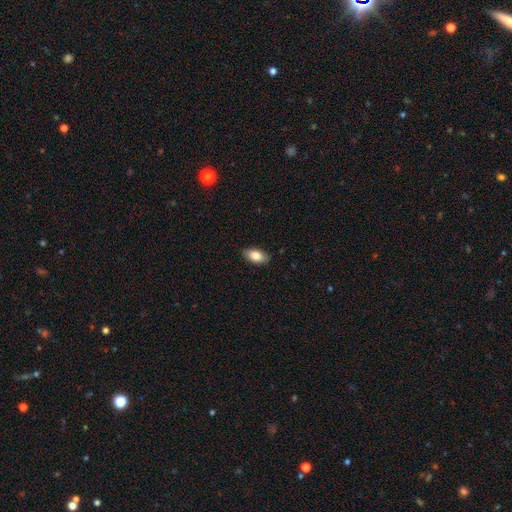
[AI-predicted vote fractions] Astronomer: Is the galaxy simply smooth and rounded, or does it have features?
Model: smooth — 83%.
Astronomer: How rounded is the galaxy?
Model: in between — 93%.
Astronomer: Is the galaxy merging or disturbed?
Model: none — 87%.